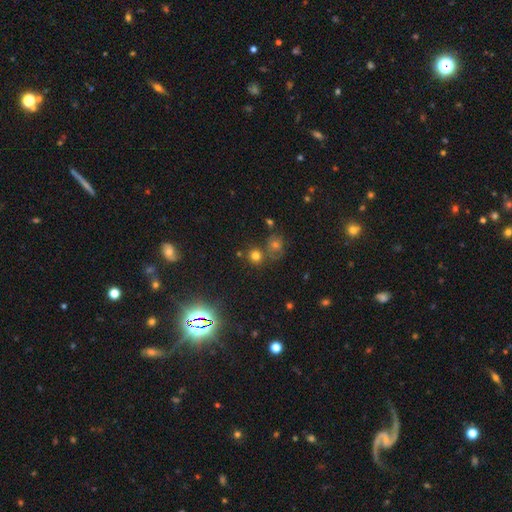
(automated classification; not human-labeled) Overall: smooth (69%). How rounded: round (88%). Merging: none (69%).